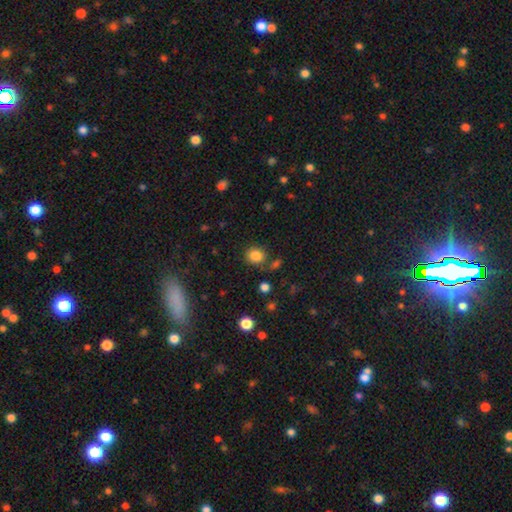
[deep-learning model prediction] Smooth or featured? Predicted: smooth (p=0.83). How rounded? Predicted: round (p=0.74). Merging? Predicted: none (p=0.75).